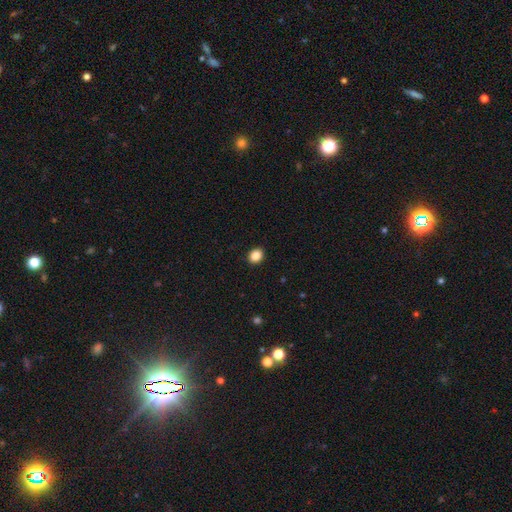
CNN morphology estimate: Q: Smooth or featured?
A: smooth (87%); runner-up: star or artifact (10%)
Q: How rounded?
A: round (61%); runner-up: in between (38%)
Q: Merging?
A: none (92%); runner-up: minor disturbance (6%)